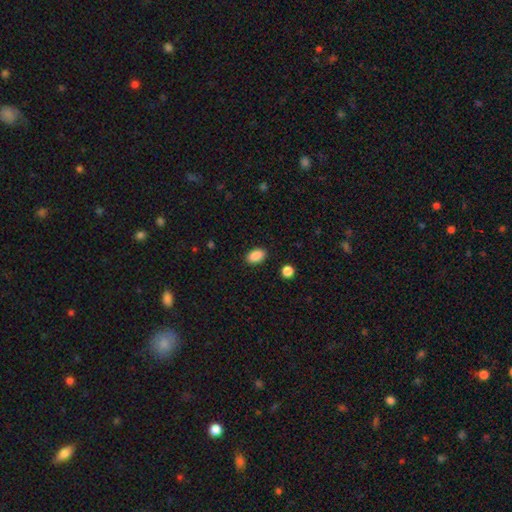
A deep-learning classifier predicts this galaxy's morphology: Smooth or featured? Predicted: smooth (p=0.89). How rounded? Predicted: in between (p=0.89). Merging? Predicted: none (p=0.88).